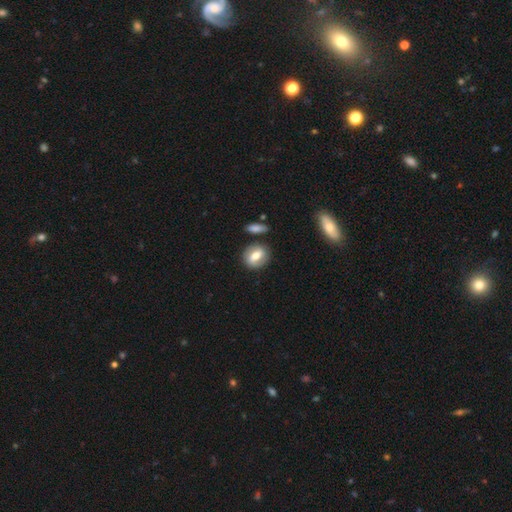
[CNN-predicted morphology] This appears to be a smooth galaxy with no disk features (60%) that is round (49%). Merging: none (78%).